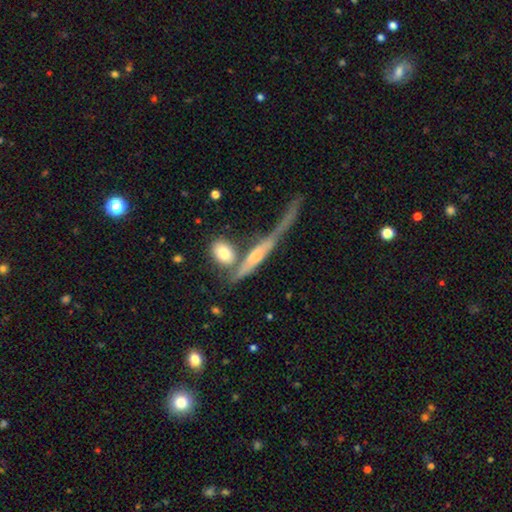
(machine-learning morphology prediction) A featured or disk galaxy (49%).

Vote fractions:
- Smooth or featured? featured or disk: 49% / smooth: 43% / star or artifact: 8%
- Merging? none: 40% / merger: 28% / minor disturbance: 18% / major disturbance: 14%